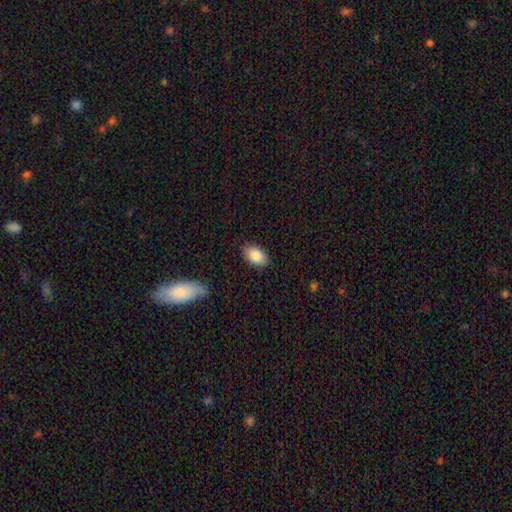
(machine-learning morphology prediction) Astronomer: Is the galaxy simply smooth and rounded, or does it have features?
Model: smooth — 85%.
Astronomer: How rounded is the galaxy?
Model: in between — 88%.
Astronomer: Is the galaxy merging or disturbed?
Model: none — 84%.